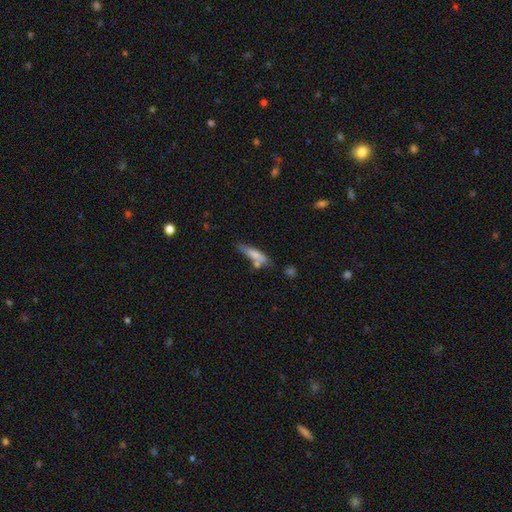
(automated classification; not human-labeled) smooth-or-featured: smooth: 71% | featured or disk: 22% | star or artifact: 7%
  how-rounded: cigar-shaped: 73% | in between: 25% | round: 2%
  merging: none: 57% | minor disturbance: 20% | merger: 17% | major disturbance: 6%